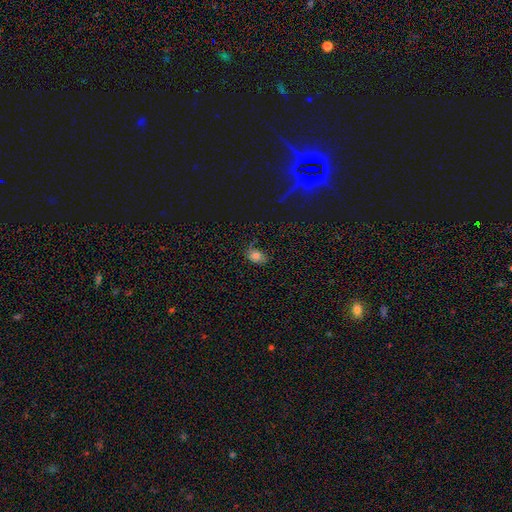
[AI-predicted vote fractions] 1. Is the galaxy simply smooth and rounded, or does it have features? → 76% smooth, 15% star or artifact, 9% featured or disk.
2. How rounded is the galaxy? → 73% in between, 25% round, 2% cigar-shaped.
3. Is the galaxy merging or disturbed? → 62% none, 26% minor disturbance, 9% major disturbance, 3% merger.